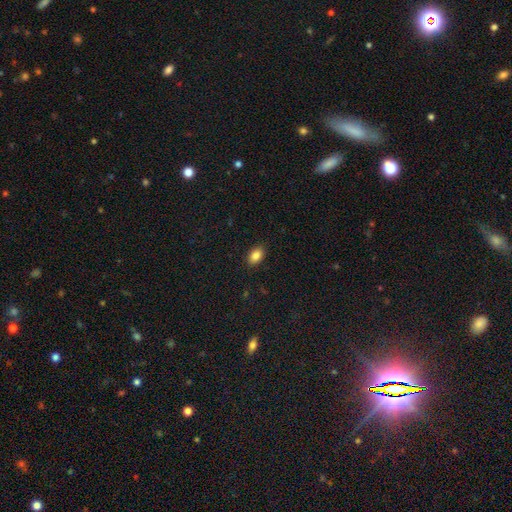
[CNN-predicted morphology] Q: Smooth or featured?
A: smooth (87%); runner-up: star or artifact (9%)
Q: How rounded?
A: in between (88%); runner-up: round (11%)
Q: Merging?
A: none (88%); runner-up: minor disturbance (9%)